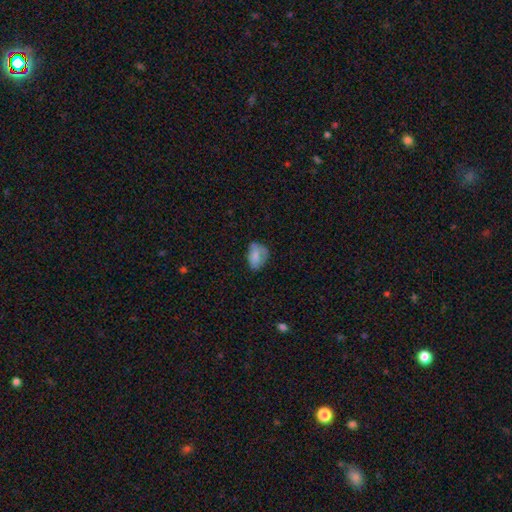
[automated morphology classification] smooth-or-featured: smooth: 75% | featured or disk: 16% | star or artifact: 9%
  how-rounded: in between: 81% | round: 17% | cigar-shaped: 2%
  merging: none: 52% | minor disturbance: 31% | major disturbance: 13% | merger: 3%